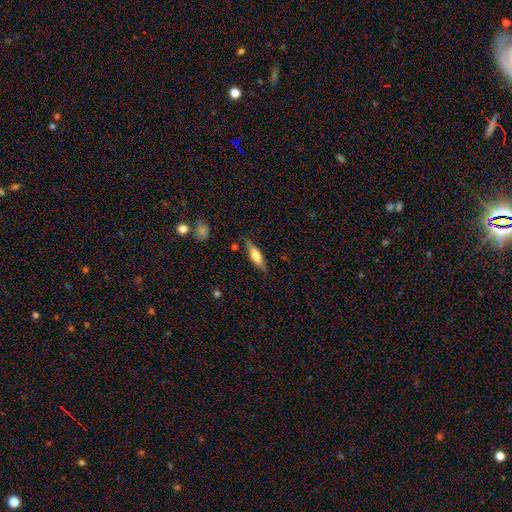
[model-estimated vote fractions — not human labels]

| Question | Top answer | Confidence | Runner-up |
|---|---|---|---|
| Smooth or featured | smooth | 57% | featured or disk (37%) |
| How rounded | cigar-shaped | 56% | in between (42%) |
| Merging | none | 80% | minor disturbance (14%) |